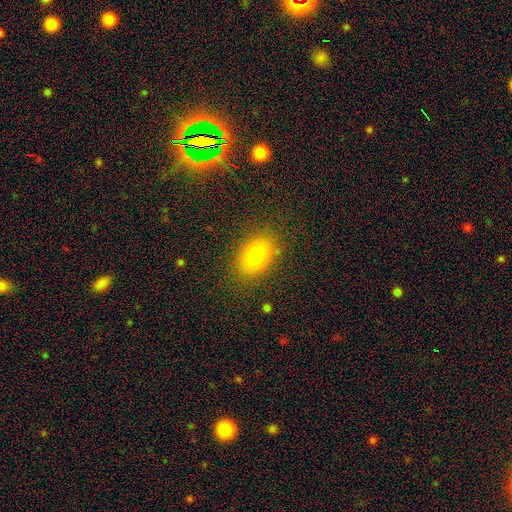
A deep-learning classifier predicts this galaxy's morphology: This appears to be a smooth galaxy with no disk features (77%) that is in between round and cigar-shaped (78%). Merging: none (84%).